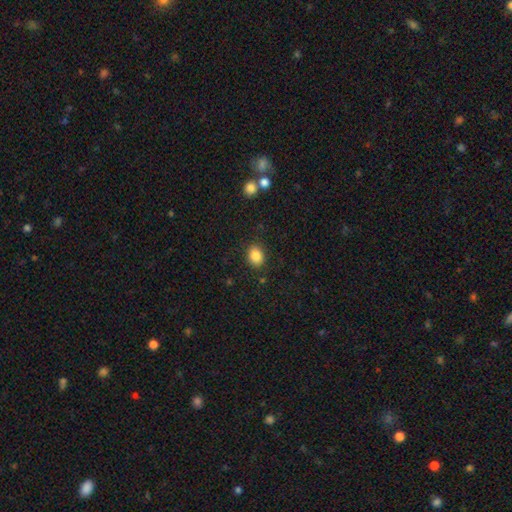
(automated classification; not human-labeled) Morphology: type=smooth (86%); roundness=in between (55%); merging=none (86%).